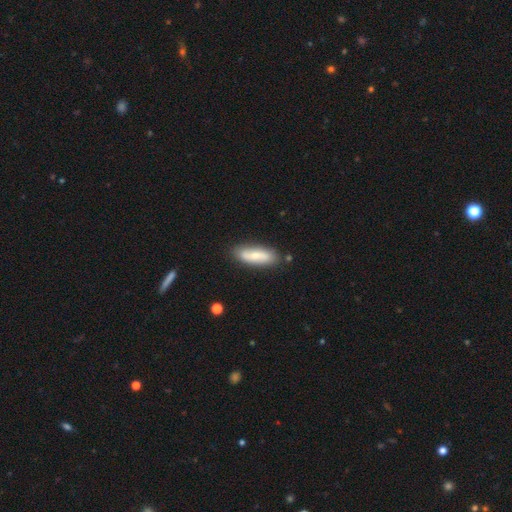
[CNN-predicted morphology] The model was most divided on "smooth or featured": smooth: 55%, featured or disk: 40%, star or artifact: 6%. More confident: merging — none (82%); how rounded — in between (60%).